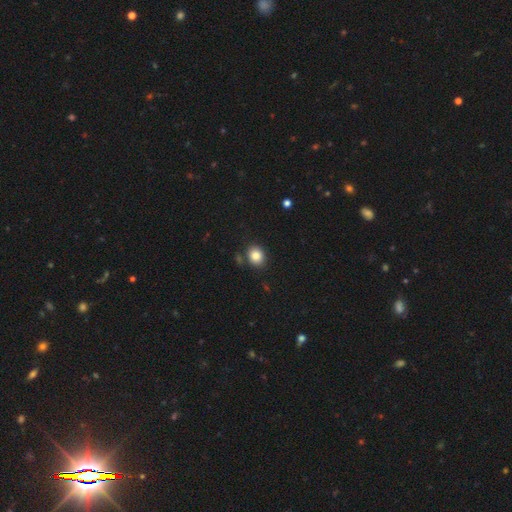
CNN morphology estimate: A smooth galaxy with no disk features (84%) that is round (59%). Merging: none (82%).